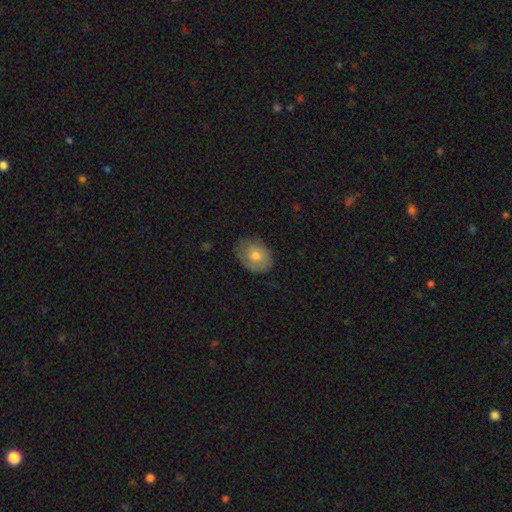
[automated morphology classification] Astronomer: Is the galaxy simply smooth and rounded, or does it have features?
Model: smooth — 64%.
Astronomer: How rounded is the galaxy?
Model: in between — 60% (runner-up: round, 39%).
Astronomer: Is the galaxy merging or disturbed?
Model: none — 75%.